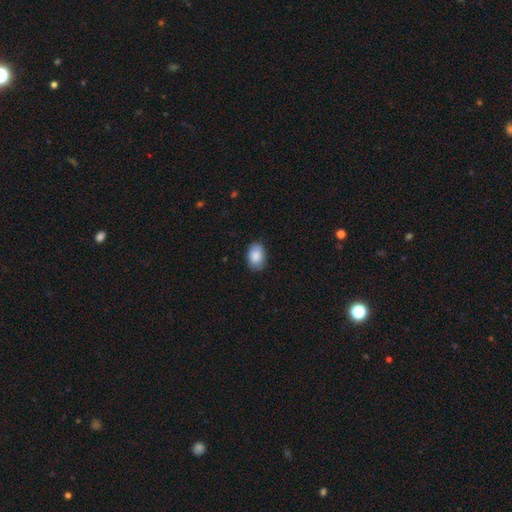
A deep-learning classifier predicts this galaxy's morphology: This appears to be a smooth galaxy with no disk features (88%) that is in between round and cigar-shaped (82%). Merging: none (82%).